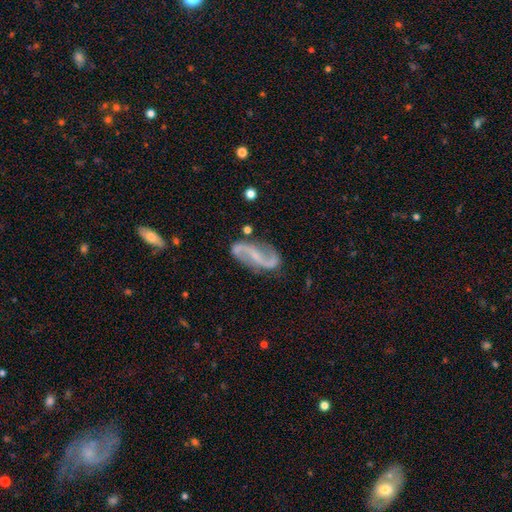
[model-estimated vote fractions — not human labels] Morphology: type=featured or disk (89%); edge-on=no (96%); bar=weak (36%); spiral arms=yes (96%); winding=loose (69%); arm count=2 (94%); bulge=small (57%); merging=none (79%).